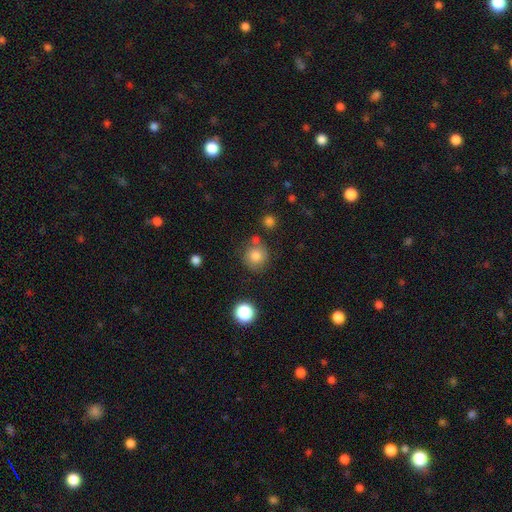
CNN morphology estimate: This is likely a smooth galaxy (77%). How rounded: clearly round (90%). Merging: likely none (73%).